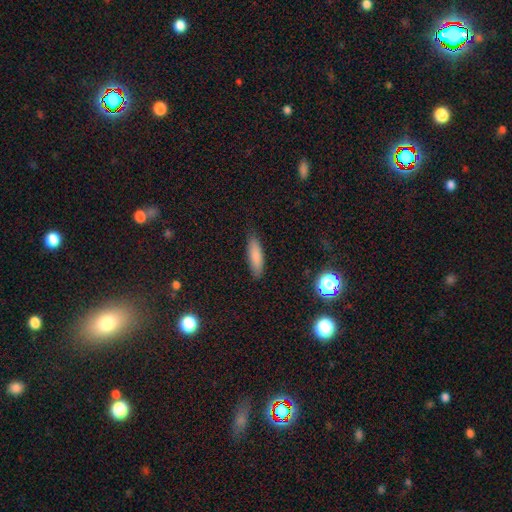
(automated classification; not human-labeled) Smooth or featured?
  - smooth: 83% *
  - featured or disk: 9%
  - star or artifact: 8%
How rounded?
  - cigar-shaped: 59% *
  - in between: 39%
  - round: 2%
Merging?
  - none: 87% *
  - minor disturbance: 10%
  - major disturbance: 2%
  - merger: 1%